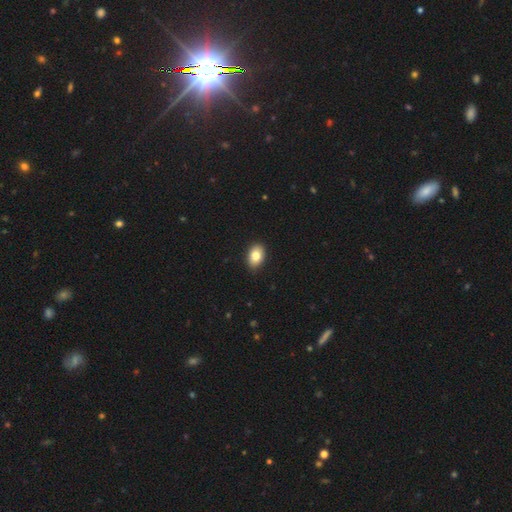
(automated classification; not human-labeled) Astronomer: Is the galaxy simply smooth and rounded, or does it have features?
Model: smooth — 82%.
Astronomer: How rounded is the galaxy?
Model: in between — 86%.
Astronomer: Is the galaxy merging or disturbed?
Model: none — 89%.